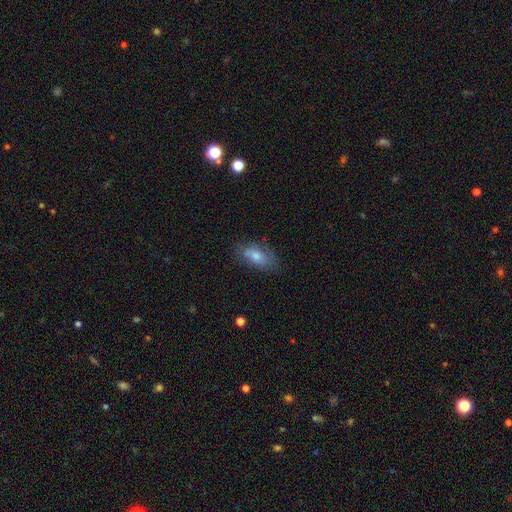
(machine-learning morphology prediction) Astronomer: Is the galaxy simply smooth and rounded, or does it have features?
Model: smooth — 56% (runner-up: featured or disk, 33%).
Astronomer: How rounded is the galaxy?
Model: in between — 86%.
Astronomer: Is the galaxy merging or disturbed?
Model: none — 69%.